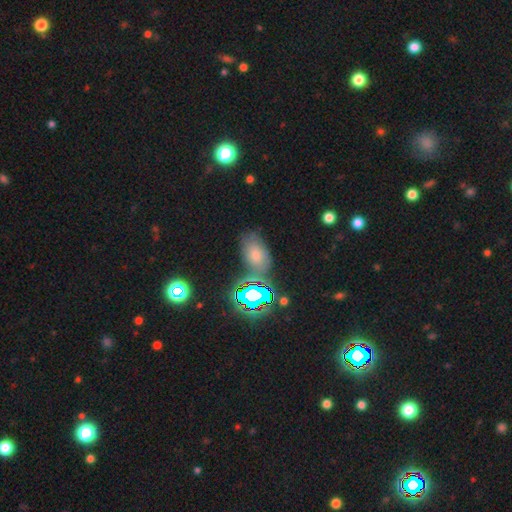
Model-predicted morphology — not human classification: Smooth or featured: smooth — 55% (star or artifact — 30%)
How rounded: in between — 87% (round — 11%)
Merging: none — 65% (minor disturbance — 19%)